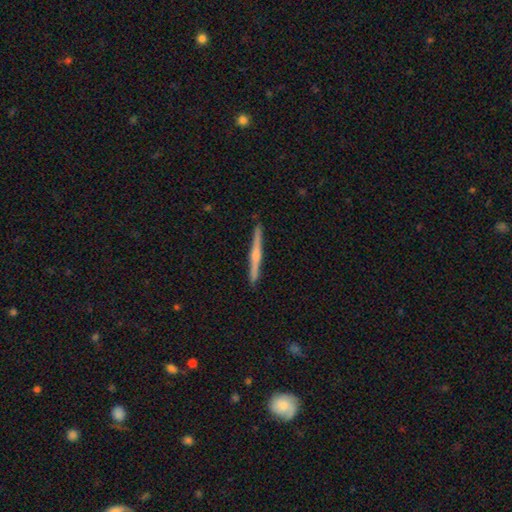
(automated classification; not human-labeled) smooth-or-featured: featured or disk: 68% | smooth: 27% | star or artifact: 5%
  disk-edge-on: yes: 98% | no: 2%
    edge-on-bulge: rounded: 74% | none: 18% | boxy: 8%
  merging: none: 92% | minor disturbance: 6% | major disturbance: 1% | merger: 1%